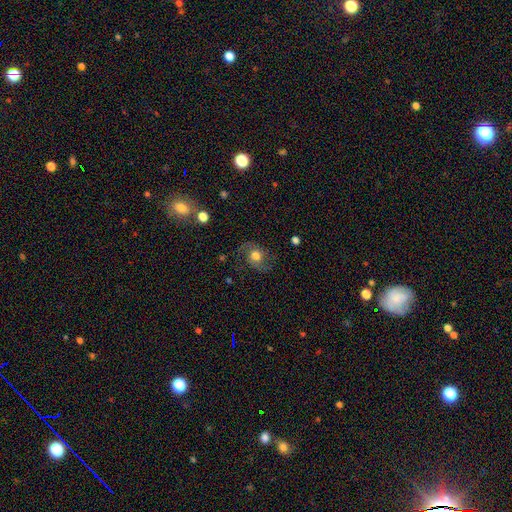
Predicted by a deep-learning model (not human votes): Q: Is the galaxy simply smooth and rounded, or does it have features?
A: featured or disk — 57%.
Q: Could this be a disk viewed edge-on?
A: no — 96%.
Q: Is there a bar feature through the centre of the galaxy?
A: no — 76%.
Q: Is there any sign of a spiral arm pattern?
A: yes — 86%.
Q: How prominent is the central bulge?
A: moderate — 61%.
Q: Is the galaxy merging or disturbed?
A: none — 71%.